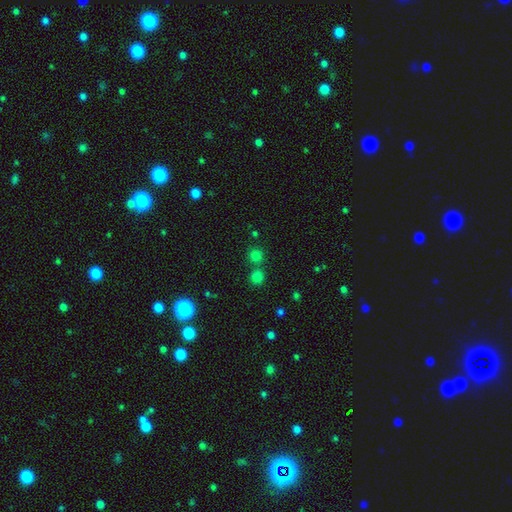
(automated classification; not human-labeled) A smooth galaxy with no disk features (73%) that is round (91%). Merging: none (69%).